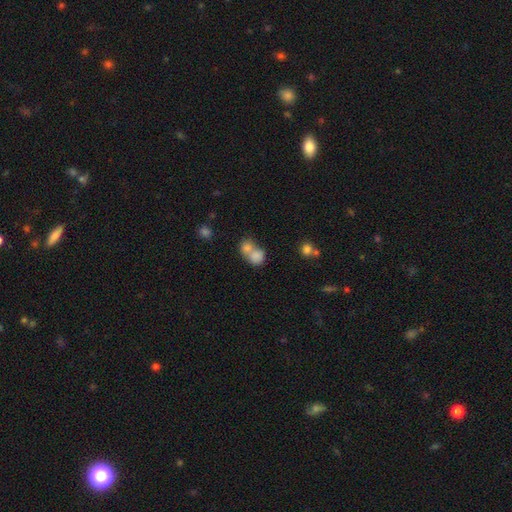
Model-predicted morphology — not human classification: A smooth galaxy with no disk features (79%) that is round (60%).

Vote fractions:
- Smooth or featured? smooth: 79% / featured or disk: 11% / star or artifact: 10%
- How rounded? round: 60% / in between: 39% / cigar-shaped: 1%
- Merging? merger: 65% / none: 25% / minor disturbance: 6% / major disturbance: 4%